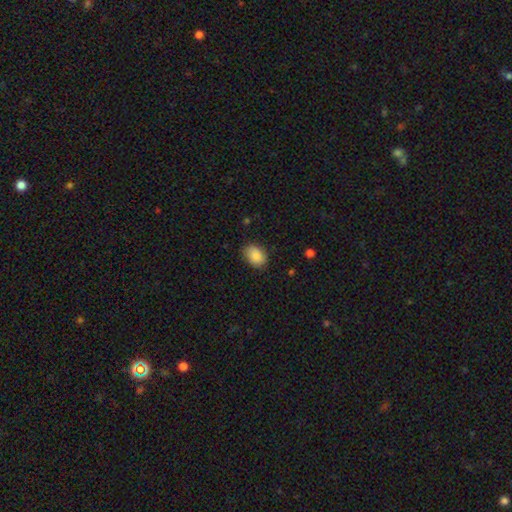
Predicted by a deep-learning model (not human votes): Smooth or featured? smooth (87%)
How rounded? in between (74%)
Merging? none (82%)